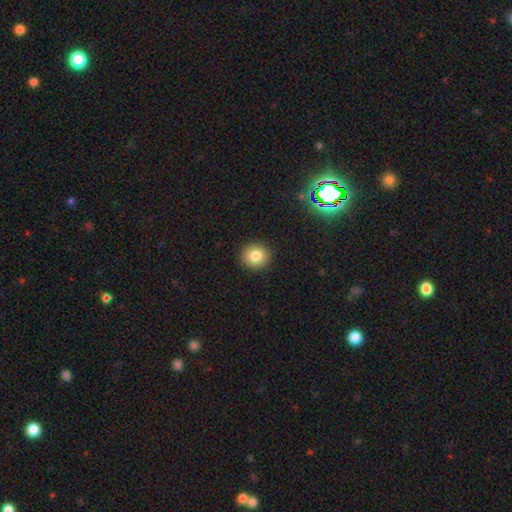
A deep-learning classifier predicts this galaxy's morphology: smooth_or_featured: smooth (p=0.81) [alt: star or artifact p=0.11]
how_rounded: round (p=0.91) [alt: in between p=0.09]
merging: none (p=0.92) [alt: minor disturbance p=0.06]